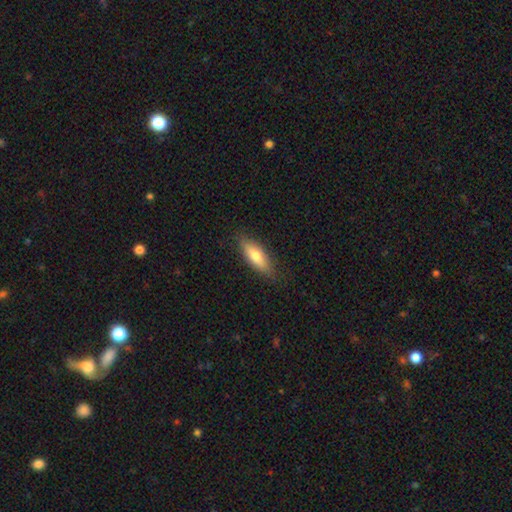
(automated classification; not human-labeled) Smooth or featured? Predicted: smooth (p=0.67). How rounded? Predicted: in between (p=0.53). Merging? Predicted: none (p=0.83).